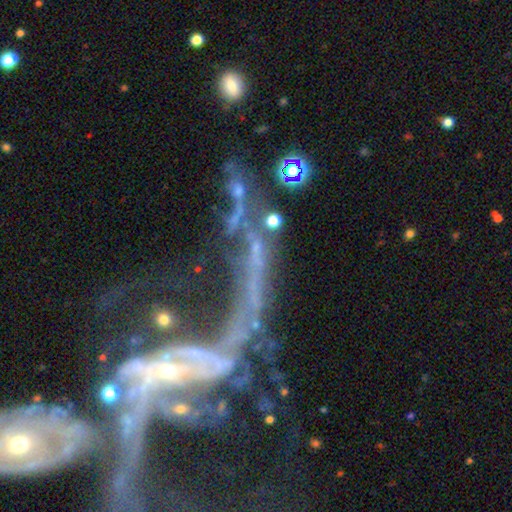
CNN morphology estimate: smooth-or-featured: featured or disk: 71% | star or artifact: 19% | smooth: 10%
  disk-edge-on: no: 85% | yes: 15%
    bar: no: 53% | strong: 25% | weak: 22%
    has-spiral-arms: yes: 58% | no: 42%
    bulge-size: small: 51% | none: 27% | moderate: 17% | large: 3% | dominant: 2%
  merging: major disturbance: 41% | merger: 30% | none: 19% | minor disturbance: 10%